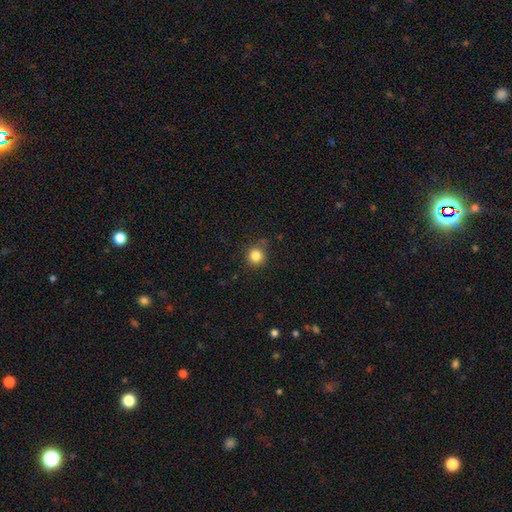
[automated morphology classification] Q: Smooth or featured?
A: smooth (83%); runner-up: star or artifact (12%)
Q: How rounded?
A: round (94%); runner-up: in between (5%)
Q: Merging?
A: none (85%); runner-up: minor disturbance (10%)